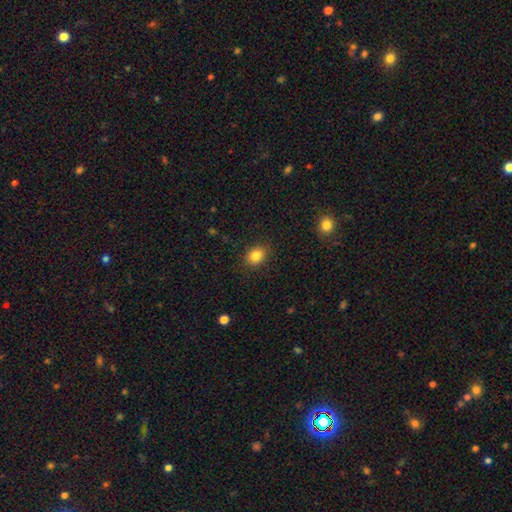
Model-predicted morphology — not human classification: smooth 84%, star or artifact 10%, featured or disk 5%. Down the decision tree: how rounded — round (52%); merging — none (87%).